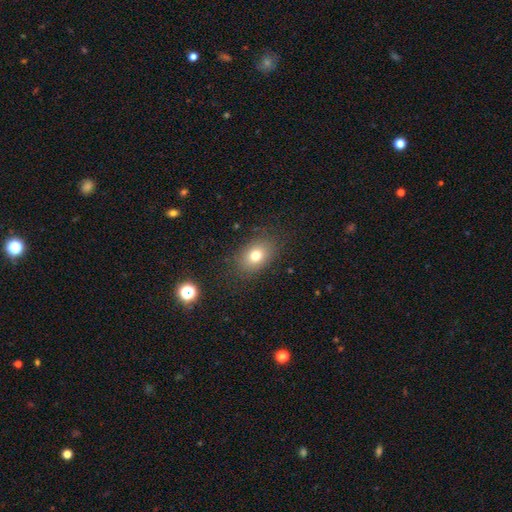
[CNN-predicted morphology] Smooth or featured: smooth — 76% (featured or disk — 12%)
How rounded: in between — 71% (round — 28%)
Merging: none — 83% (minor disturbance — 11%)